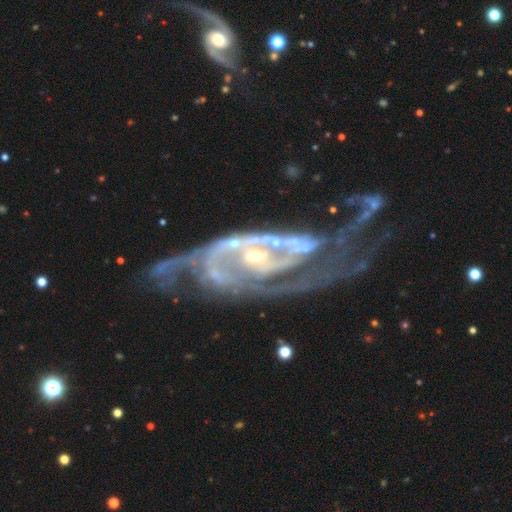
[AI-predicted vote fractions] Smooth or featured? Predicted: featured or disk (p=0.91). Edge-on disk? Predicted: no (p=0.95). Bar? Predicted: no (p=0.50). Spiral arms? Predicted: yes (p=0.96). Spiral winding? Predicted: medium (p=0.43). Spiral arm count? Predicted: 2 (p=0.56). Bulge size? Predicted: small (p=0.58). Merging? Predicted: major disturbance (p=0.36).